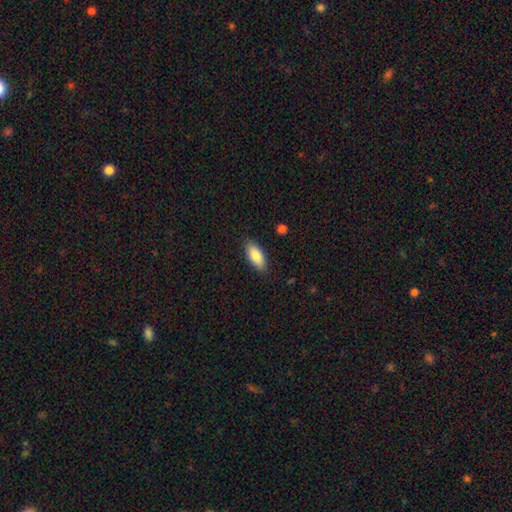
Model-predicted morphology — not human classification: This is clearly a smooth galaxy (85%). How rounded: clearly in between (85%). Merging: clearly none (87%).